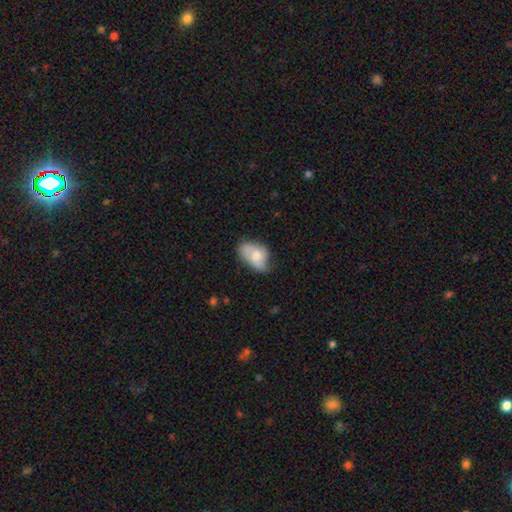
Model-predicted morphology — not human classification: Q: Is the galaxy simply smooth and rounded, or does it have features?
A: smooth — 56%.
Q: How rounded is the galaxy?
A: in between — 86%.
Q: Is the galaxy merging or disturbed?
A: none — 44%.